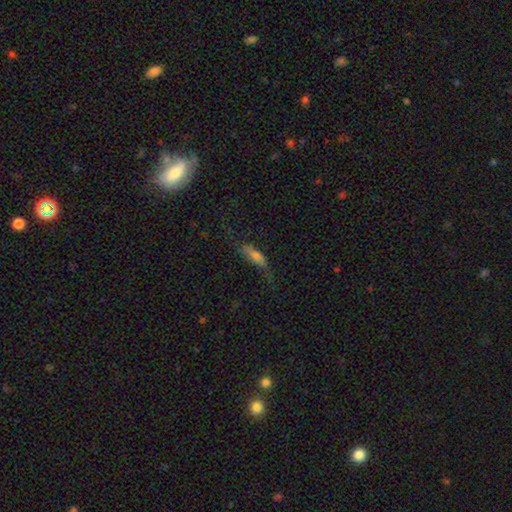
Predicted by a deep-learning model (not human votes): Smooth or featured: smooth — 55% (featured or disk — 34%)
How rounded: cigar-shaped — 56% (in between — 41%)
Merging: none — 47% (minor disturbance — 26%)